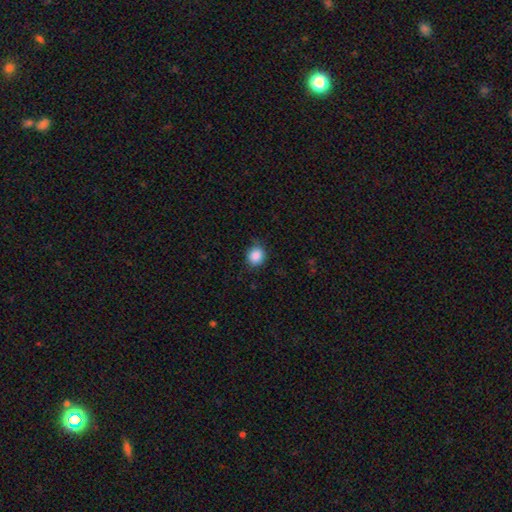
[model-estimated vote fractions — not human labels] Morphology: type=smooth (88%); roundness=round (72%); merging=none (79%).